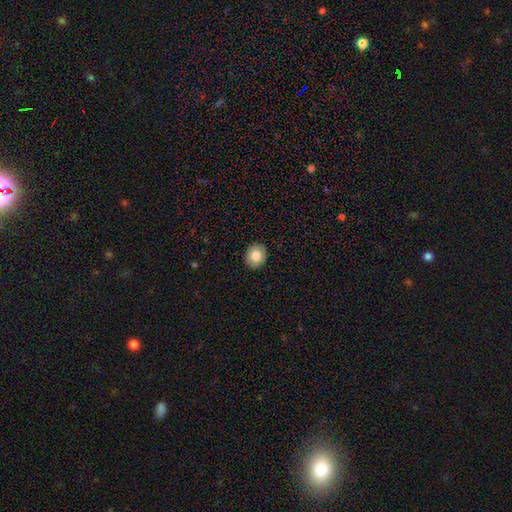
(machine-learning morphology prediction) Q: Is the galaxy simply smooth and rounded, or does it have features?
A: smooth — 79%.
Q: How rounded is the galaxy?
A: round — 65%.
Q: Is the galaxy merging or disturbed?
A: none — 90%.